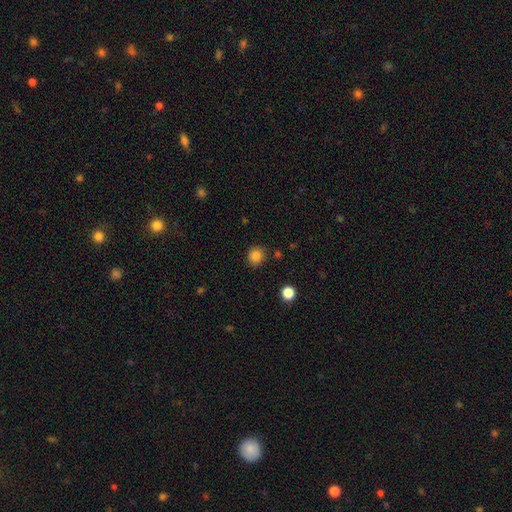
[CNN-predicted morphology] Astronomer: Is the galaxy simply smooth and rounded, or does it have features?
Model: smooth — 85%.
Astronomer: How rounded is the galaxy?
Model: round — 85%.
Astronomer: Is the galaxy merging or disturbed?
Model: none — 85%.